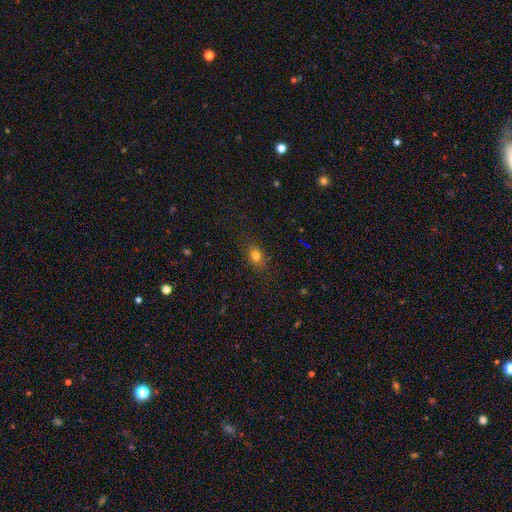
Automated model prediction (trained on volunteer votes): smooth_or_featured: smooth (p=0.78) [alt: star or artifact p=0.14]
how_rounded: in between (p=0.59) [alt: round p=0.39]
merging: none (p=0.83) [alt: minor disturbance p=0.12]